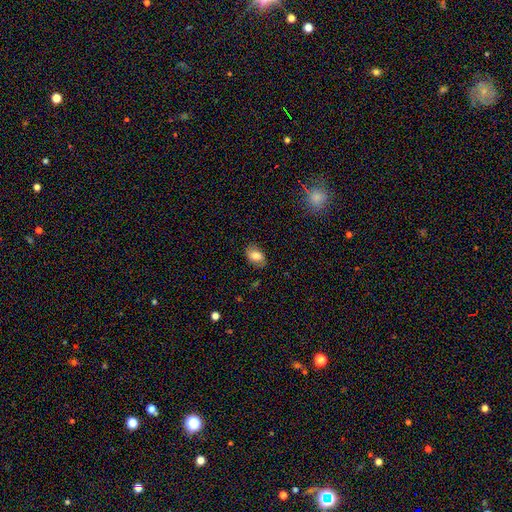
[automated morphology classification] The model was most divided on "merging": none: 78%, minor disturbance: 16%, major disturbance: 4%, merger: 1%. More confident: how rounded — in between (85%); smooth or featured — smooth (79%).